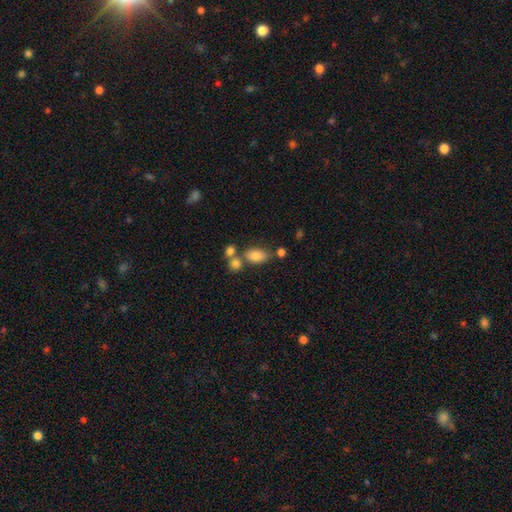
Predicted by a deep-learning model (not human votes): Smooth or featured?
  - smooth: 80% *
  - star or artifact: 10%
  - featured or disk: 10%
How rounded?
  - in between: 86% *
  - round: 11%
  - cigar-shaped: 2%
Merging?
  - none: 56% *
  - merger: 25%
  - minor disturbance: 14%
  - major disturbance: 5%